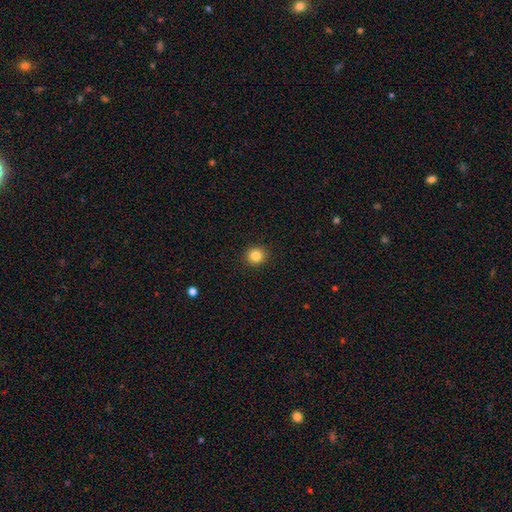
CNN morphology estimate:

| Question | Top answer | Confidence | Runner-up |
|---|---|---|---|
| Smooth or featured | smooth | 84% | star or artifact (11%) |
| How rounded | round | 90% | in between (9%) |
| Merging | none | 92% | minor disturbance (5%) |